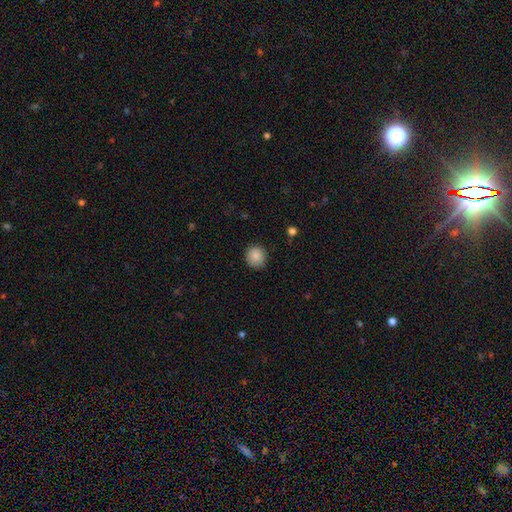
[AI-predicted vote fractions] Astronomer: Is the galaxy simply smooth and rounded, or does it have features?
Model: smooth — 88%.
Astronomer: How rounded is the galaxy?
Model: round — 87%.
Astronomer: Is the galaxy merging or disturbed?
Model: none — 86%.